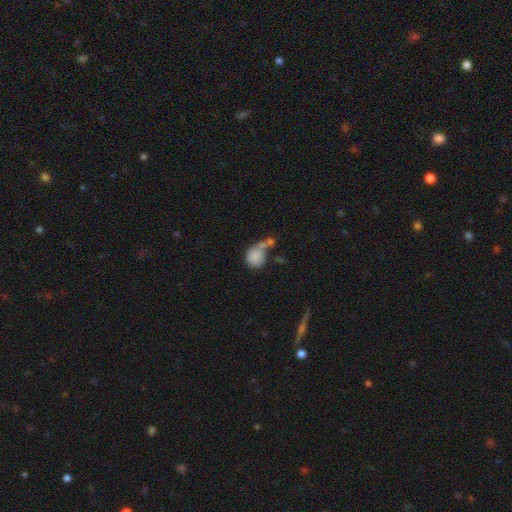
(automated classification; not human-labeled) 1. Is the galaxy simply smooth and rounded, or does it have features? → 80% smooth, 11% featured or disk, 9% star or artifact.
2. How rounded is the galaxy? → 69% round, 30% in between, 1% cigar-shaped.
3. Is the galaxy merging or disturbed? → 39% merger, 35% none, 16% minor disturbance, 10% major disturbance.